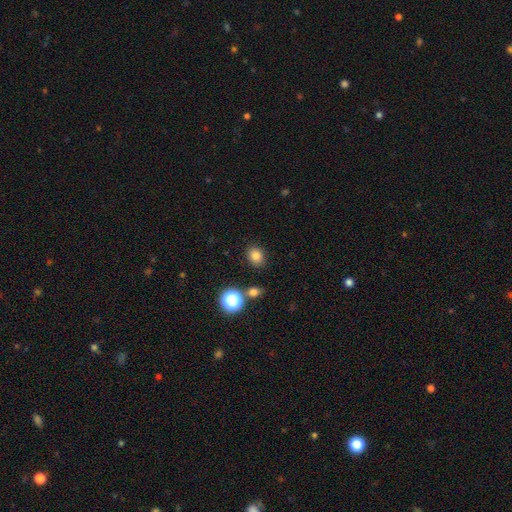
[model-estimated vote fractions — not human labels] A smooth galaxy with no disk features (80%) that is round (56%).

Vote fractions:
- Smooth or featured? smooth: 80% / star or artifact: 14% / featured or disk: 6%
- How rounded? round: 56% / in between: 43% / cigar-shaped: 1%
- Merging? none: 85% / minor disturbance: 9% / merger: 3% / major disturbance: 3%